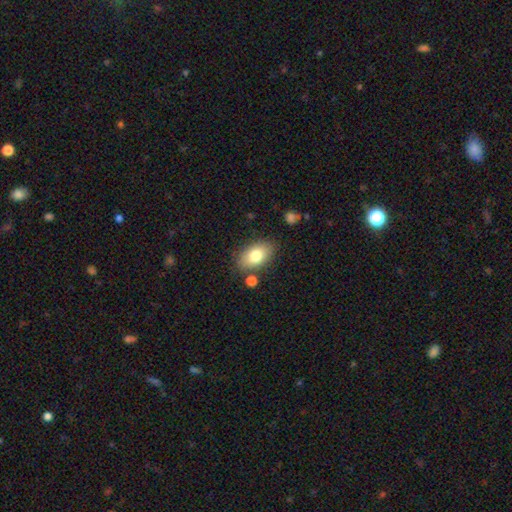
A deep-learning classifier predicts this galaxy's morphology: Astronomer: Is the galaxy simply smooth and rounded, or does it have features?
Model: smooth — 79%.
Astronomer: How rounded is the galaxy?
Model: in between — 90%.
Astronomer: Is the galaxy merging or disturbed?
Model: none — 79%.